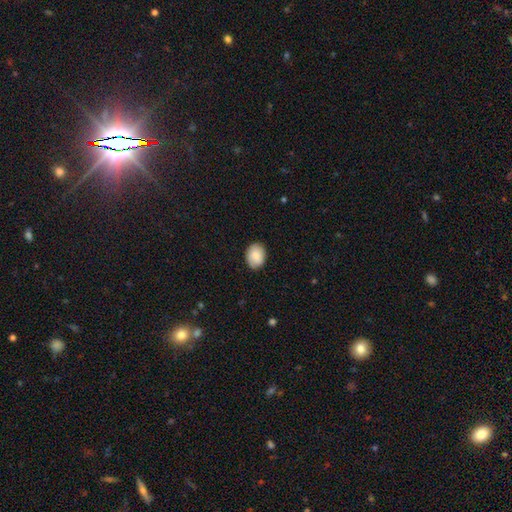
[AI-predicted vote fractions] smooth 82%, featured or disk 11%, star or artifact 7%. Down the decision tree: how rounded — in between (70%); merging — none (83%).